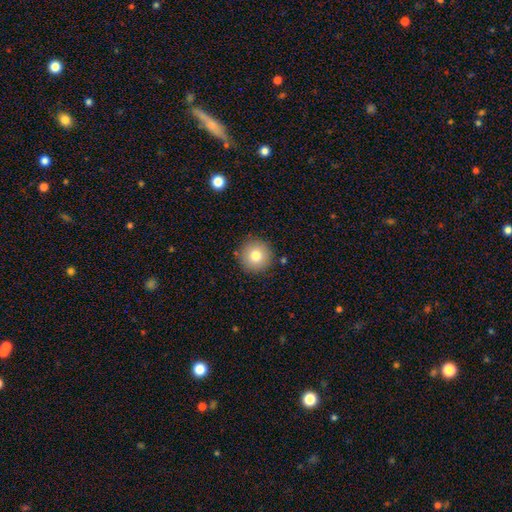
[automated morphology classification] The model was most divided on "smooth or featured": smooth: 79%, featured or disk: 11%, star or artifact: 10%. More confident: how rounded — round (96%); merging — none (88%).